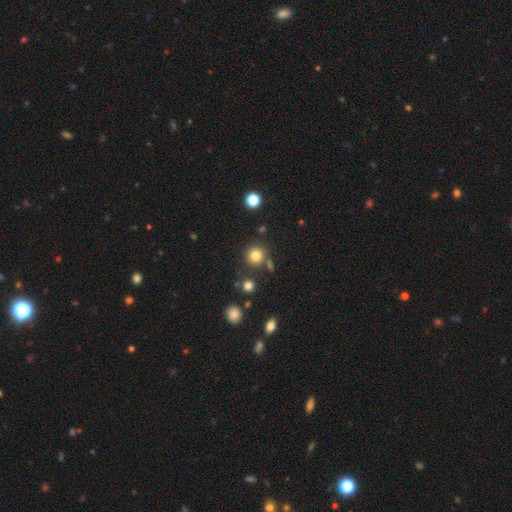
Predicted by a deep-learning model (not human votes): Smooth or featured?
  - smooth: 81% *
  - star or artifact: 13%
  - featured or disk: 6%
How rounded?
  - round: 93% *
  - in between: 6%
  - cigar-shaped: 1%
Merging?
  - none: 80% *
  - minor disturbance: 9%
  - merger: 8%
  - major disturbance: 3%